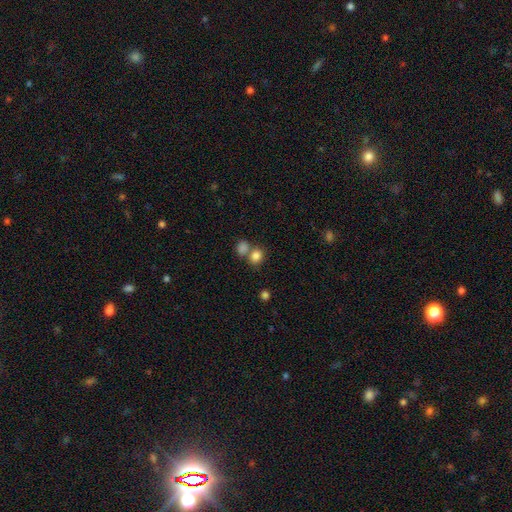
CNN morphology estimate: smooth 83%, star or artifact 11%, featured or disk 6%. Down the decision tree: how rounded — round (64%); merging — none (51%).